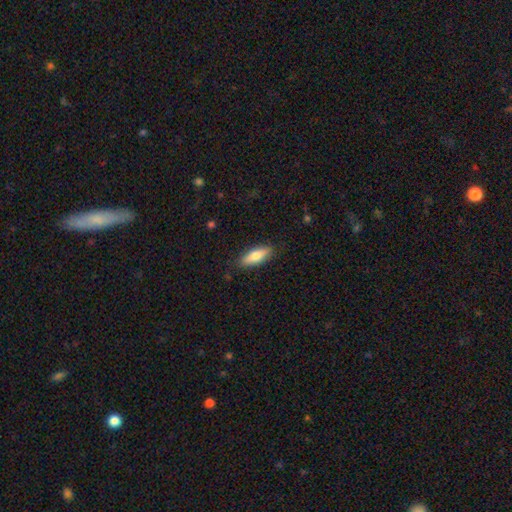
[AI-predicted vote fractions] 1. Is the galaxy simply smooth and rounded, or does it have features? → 72% smooth, 22% featured or disk, 6% star or artifact.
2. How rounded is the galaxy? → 62% in between, 35% cigar-shaped, 2% round.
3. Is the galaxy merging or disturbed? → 86% none, 11% minor disturbance, 2% major disturbance, 1% merger.